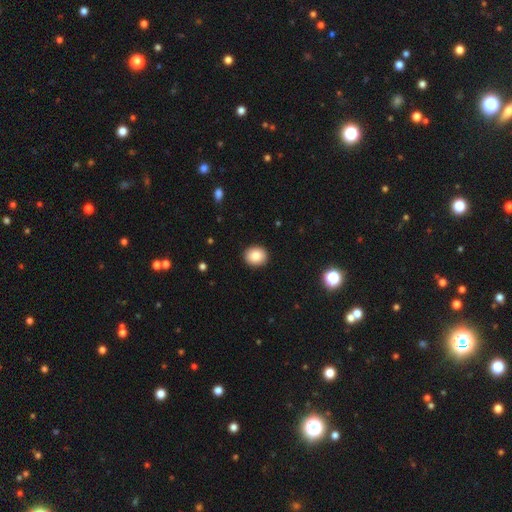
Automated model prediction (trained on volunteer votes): The model was most divided on "how rounded": round: 72%, in between: 27%, cigar-shaped: 1%. More confident: merging — none (92%); smooth or featured — smooth (84%).